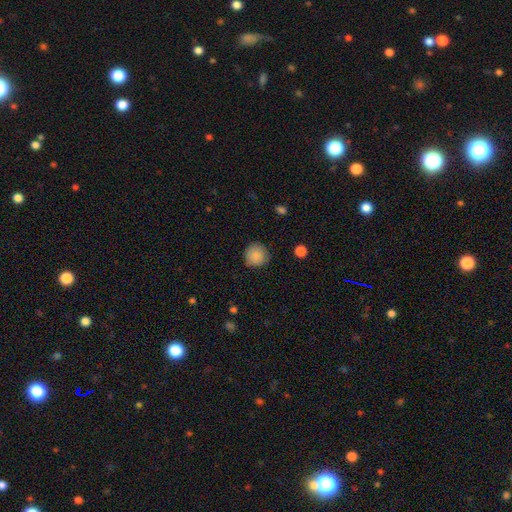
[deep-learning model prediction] Smooth or featured? Predicted: smooth (p=0.87). How rounded? Predicted: round (p=0.93). Merging? Predicted: none (p=0.84).